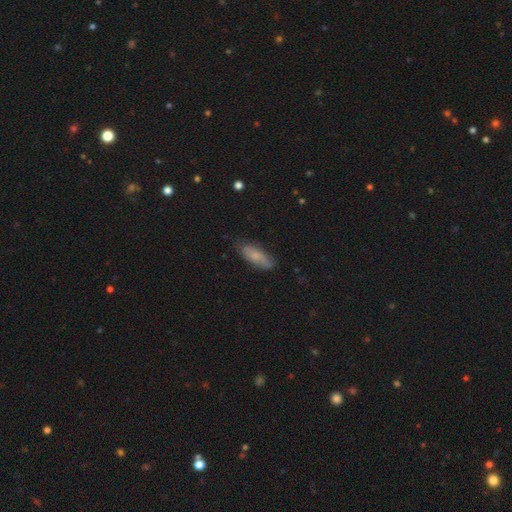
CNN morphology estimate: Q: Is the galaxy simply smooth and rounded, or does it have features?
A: smooth — 69%.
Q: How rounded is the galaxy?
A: in between — 67%.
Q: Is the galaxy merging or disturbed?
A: none — 73%.